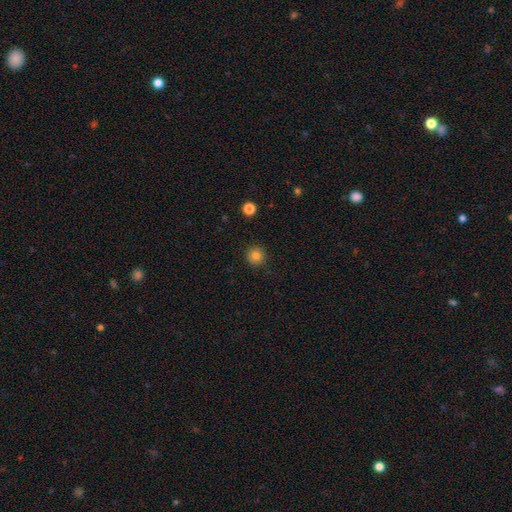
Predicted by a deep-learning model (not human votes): Smooth or featured? Predicted: smooth (p=0.82). How rounded? Predicted: round (p=0.95). Merging? Predicted: none (p=0.91).